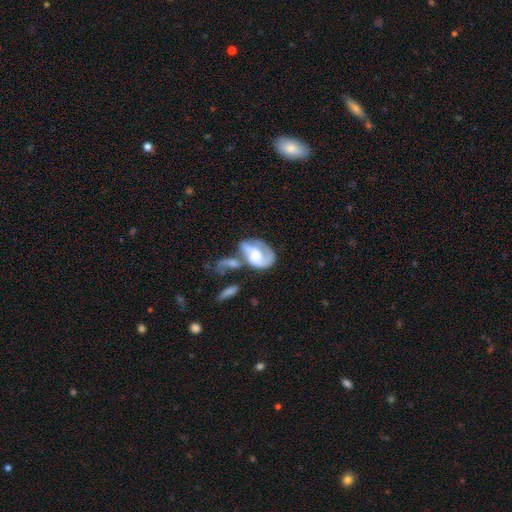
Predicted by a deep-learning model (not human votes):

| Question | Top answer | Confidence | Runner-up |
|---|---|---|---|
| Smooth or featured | featured or disk | 70% | smooth (24%) |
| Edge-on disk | no | 97% | yes (3%) |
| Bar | no | 62% | weak (30%) |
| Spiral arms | yes | 84% | no (16%) |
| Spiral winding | medium | 40% | tight (35%) |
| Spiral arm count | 2 | 48% | 1 (30%) |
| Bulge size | moderate | 39% | large (26%) |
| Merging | merger | 39% | major disturbance (23%) |